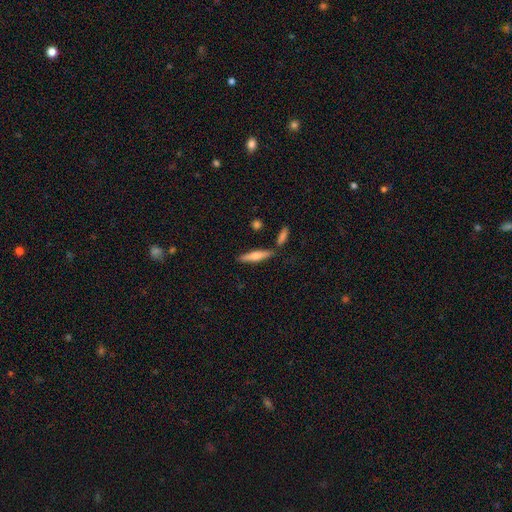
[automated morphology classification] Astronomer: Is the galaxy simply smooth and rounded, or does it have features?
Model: smooth — 62%.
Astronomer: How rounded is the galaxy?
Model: cigar-shaped — 81%.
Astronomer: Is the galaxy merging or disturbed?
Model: none — 79%.